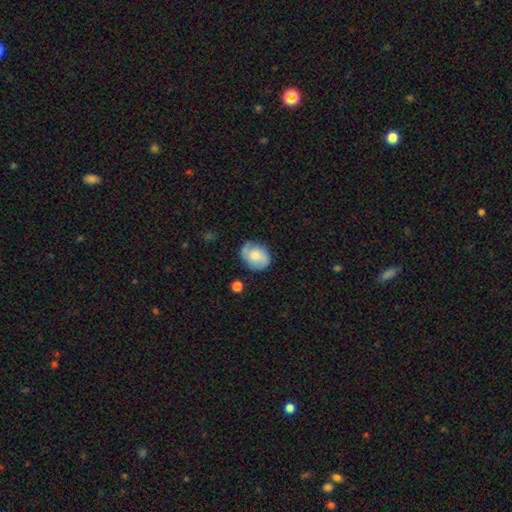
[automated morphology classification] The model was most divided on "how rounded": in between: 56%, round: 43%, cigar-shaped: 1%. More confident: merging — none (62%); smooth or featured — smooth (60%).